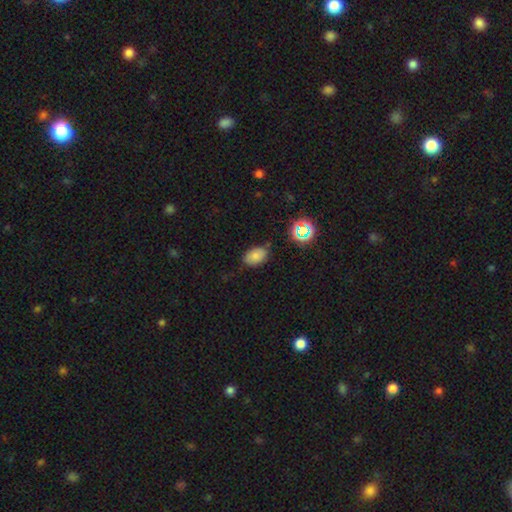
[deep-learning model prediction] This is likely a smooth galaxy (74%). How rounded: clearly in between (88%). Merging: likely none (74%).